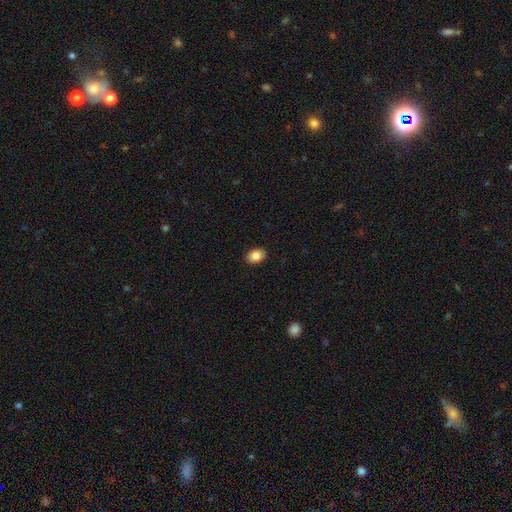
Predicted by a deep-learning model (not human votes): Smooth or featured: smooth — 87% (star or artifact — 8%)
How rounded: in between — 75% (round — 24%)
Merging: none — 90% (minor disturbance — 8%)